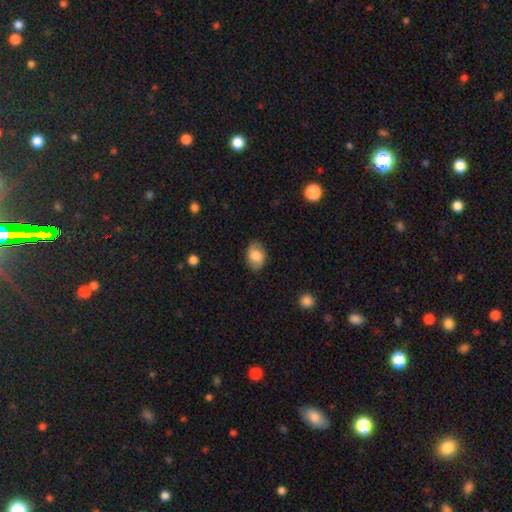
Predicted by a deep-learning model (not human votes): smooth 82%, featured or disk 11%, star or artifact 7%. Down the decision tree: how rounded — in between (80%); merging — none (82%).